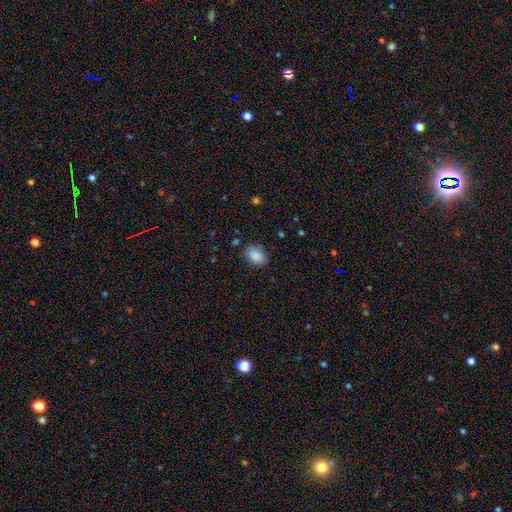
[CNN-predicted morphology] Smooth or featured? smooth (88%)
How rounded? in between (83%)
Merging? none (82%)